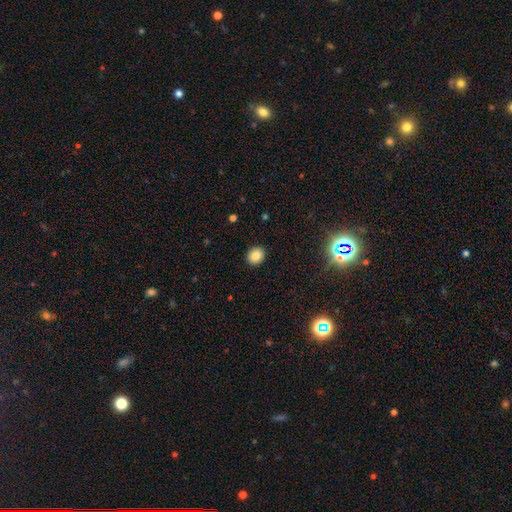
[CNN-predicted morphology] A smooth galaxy with no disk features (83%) that is round (75%). Merging: none (92%).